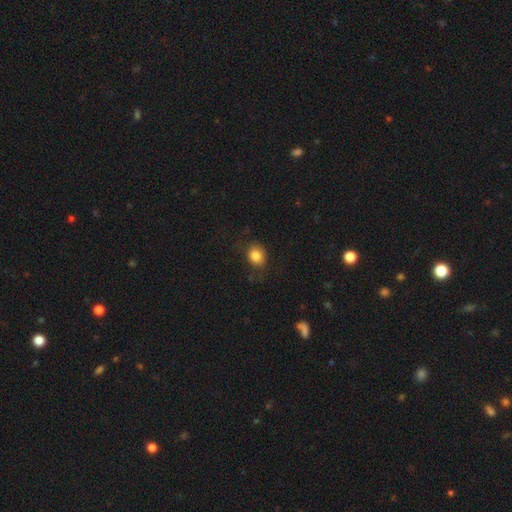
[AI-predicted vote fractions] Q: Smooth or featured?
A: smooth (84%); runner-up: star or artifact (10%)
Q: How rounded?
A: round (59%); runner-up: in between (41%)
Q: Merging?
A: none (74%); runner-up: minor disturbance (18%)